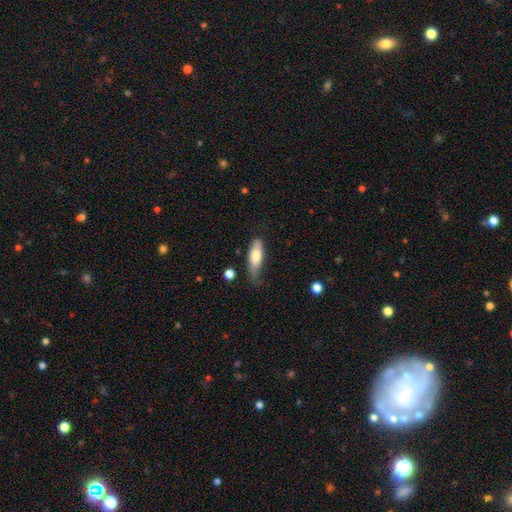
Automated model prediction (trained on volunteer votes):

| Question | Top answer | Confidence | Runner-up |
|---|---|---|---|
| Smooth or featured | smooth | 76% | featured or disk (18%) |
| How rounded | in between | 56% | cigar-shaped (42%) |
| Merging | none | 51% | minor disturbance (36%) |